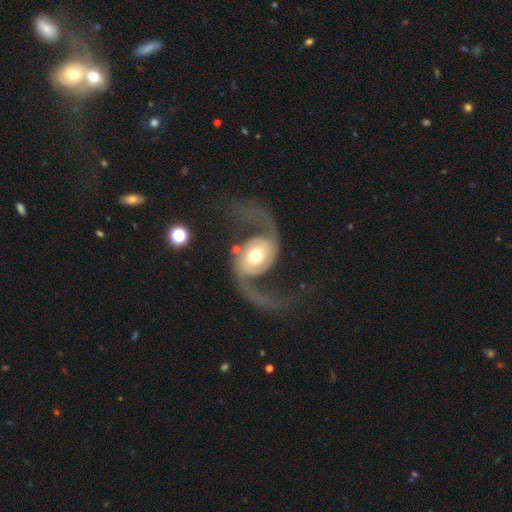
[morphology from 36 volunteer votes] Smooth or featured? featured or disk (92%)
Edge-on disk? no (97%)
Bar? no (56%)
Spiral arms? yes (100%)
Spiral winding? loose (91%)
Spiral arm count? 2 (100%)
Bulge size? moderate (62%)
Merging? none (74%)